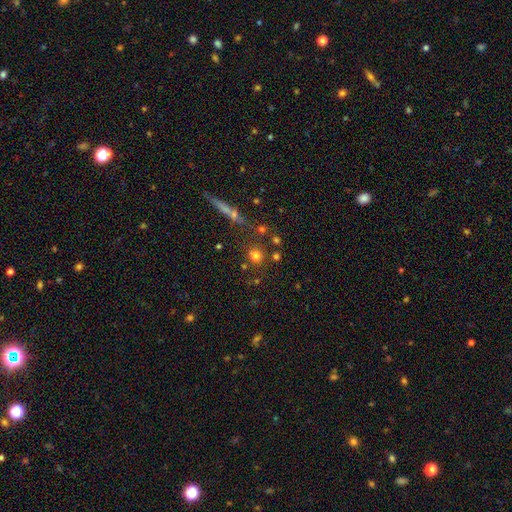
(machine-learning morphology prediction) type=smooth (70%); roundness=round (89%); merging=none (74%).